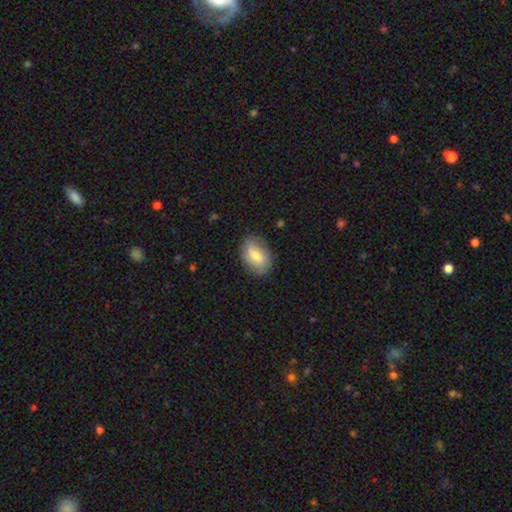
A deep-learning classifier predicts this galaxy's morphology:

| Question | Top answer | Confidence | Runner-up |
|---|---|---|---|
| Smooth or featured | smooth | 71% | featured or disk (22%) |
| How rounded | in between | 86% | round (12%) |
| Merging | none | 80% | minor disturbance (15%) |